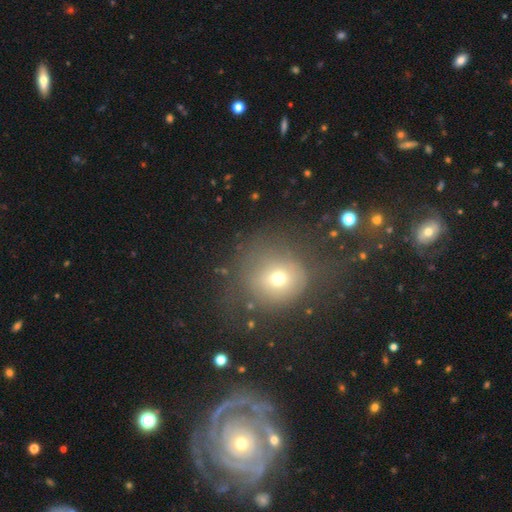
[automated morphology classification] The model was most divided on "merging": none: 53%, major disturbance: 24%, minor disturbance: 18%, merger: 5%. More confident: how rounded — round (86%); smooth or featured — smooth (63%).